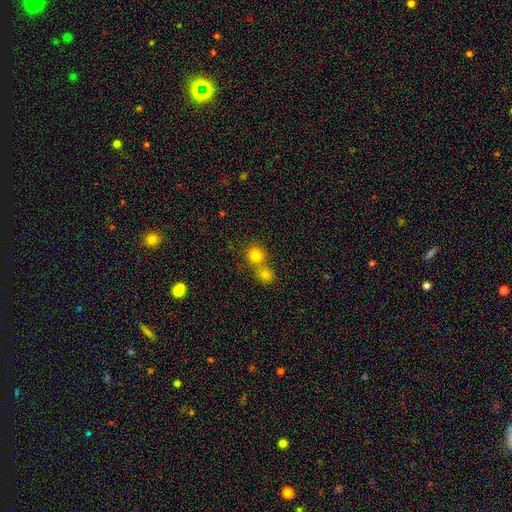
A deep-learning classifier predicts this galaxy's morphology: The model was most divided on "merging" (2-way tie): none: 46%, merger: 46%, minor disturbance: 5%, major disturbance: 2%. More confident: how rounded — round (87%); smooth or featured — smooth (79%).